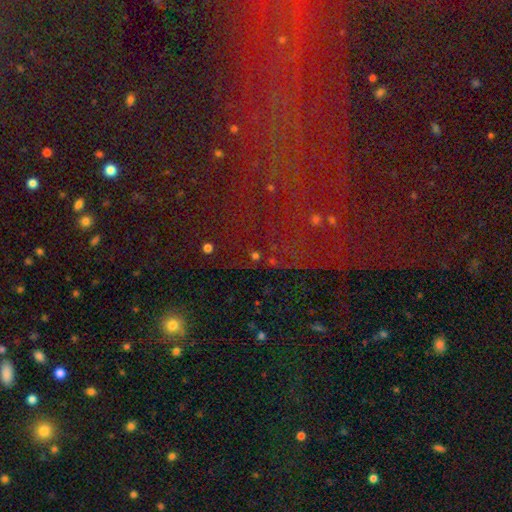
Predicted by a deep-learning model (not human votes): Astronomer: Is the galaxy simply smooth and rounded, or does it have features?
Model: star or artifact — 72%.